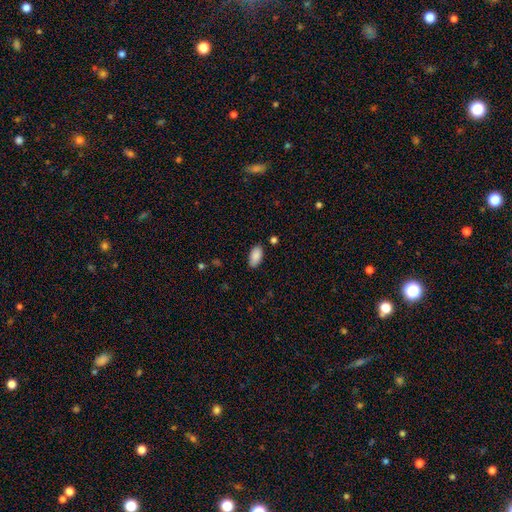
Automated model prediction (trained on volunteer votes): Smooth or featured: smooth — 89% (star or artifact — 7%)
How rounded: in between — 94% (cigar-shaped — 3%)
Merging: none — 82% (minor disturbance — 13%)